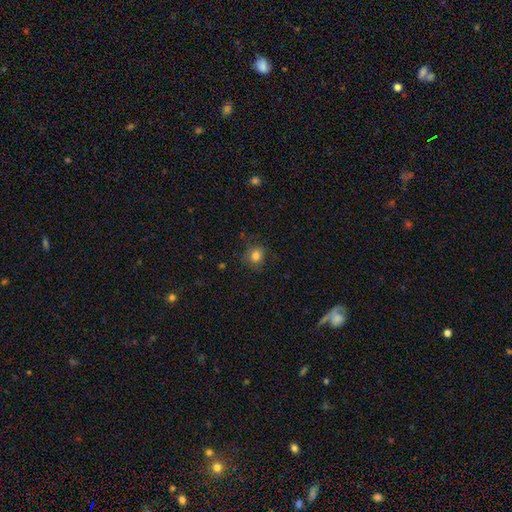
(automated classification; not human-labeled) Overall: smooth (81%). How rounded: round (76%). Merging: none (81%).